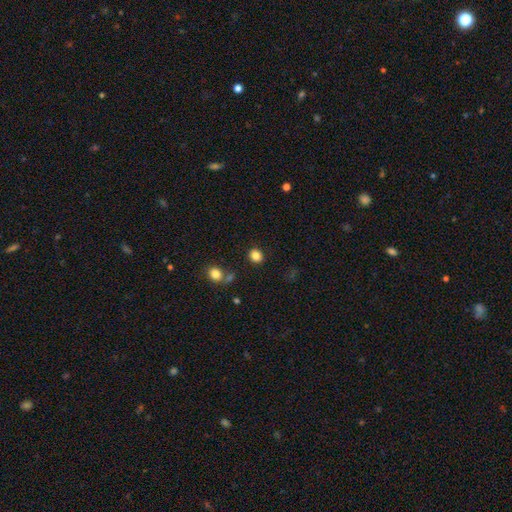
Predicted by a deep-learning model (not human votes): Smooth or featured? smooth (85%)
How rounded? round (72%)
Merging? none (85%)